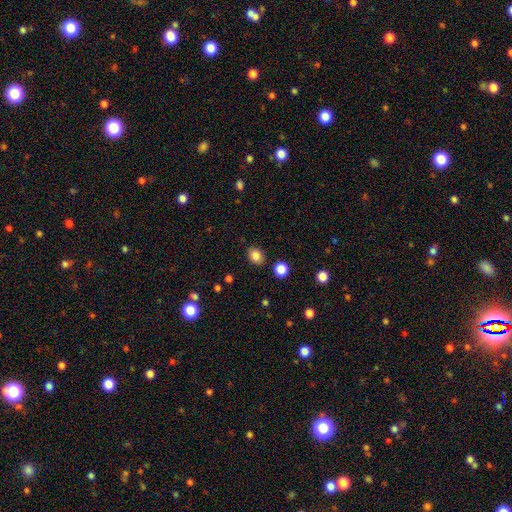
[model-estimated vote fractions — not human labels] This is clearly a smooth galaxy (84%). How rounded: possibly round (54%). Merging: clearly none (85%).